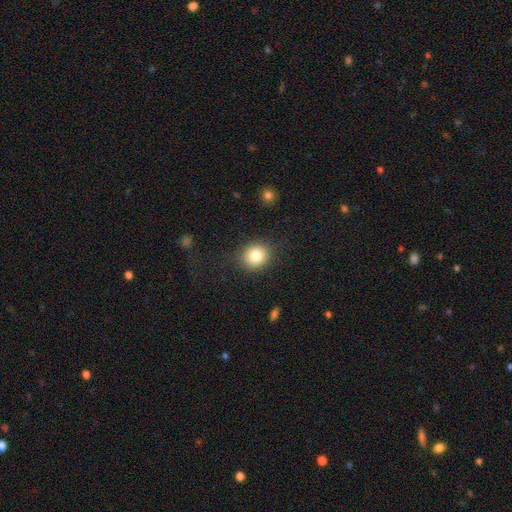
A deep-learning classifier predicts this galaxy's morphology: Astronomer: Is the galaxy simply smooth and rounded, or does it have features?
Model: smooth — 81%.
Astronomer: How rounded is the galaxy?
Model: round — 82%.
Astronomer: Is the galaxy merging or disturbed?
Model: none — 85%.